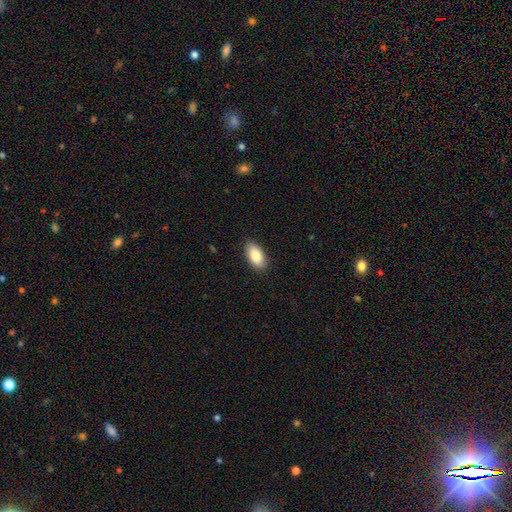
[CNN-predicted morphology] A smooth galaxy with no disk features (88%) that is in between round and cigar-shaped (93%). Merging: none (87%).